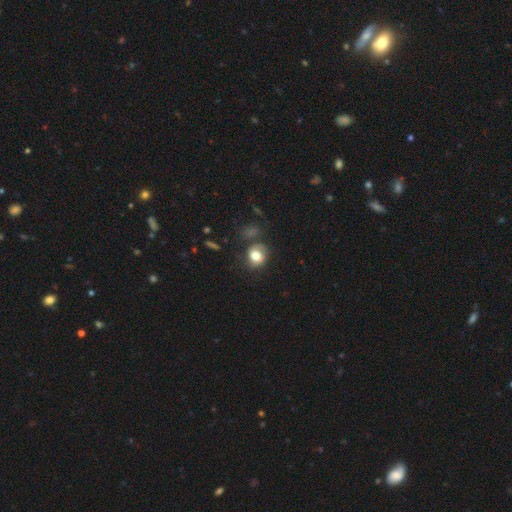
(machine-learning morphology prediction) Overall: smooth (73%). How rounded: round (70%). Merging: none (58%; minor disturbance 23%).